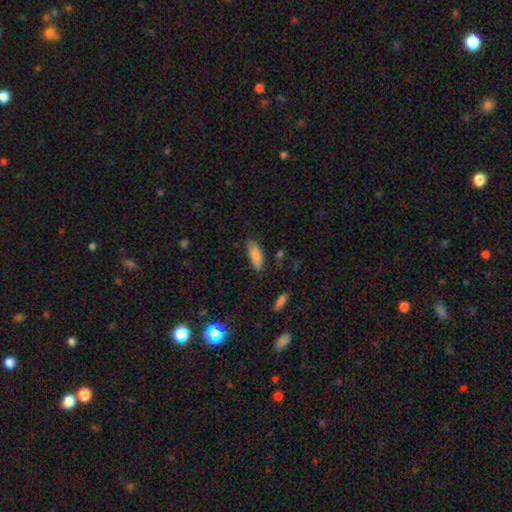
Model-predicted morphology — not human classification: Smooth or featured: smooth — 87% (star or artifact — 7%)
How rounded: in between — 76% (cigar-shaped — 22%)
Merging: none — 77% (minor disturbance — 17%)